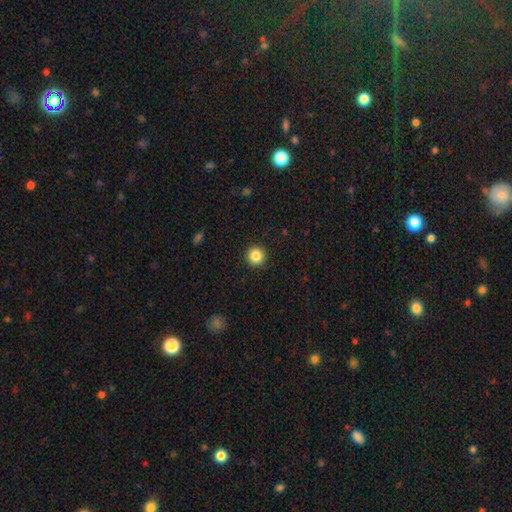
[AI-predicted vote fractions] This is clearly a smooth galaxy (85%). How rounded: clearly round (95%). Merging: clearly none (93%).